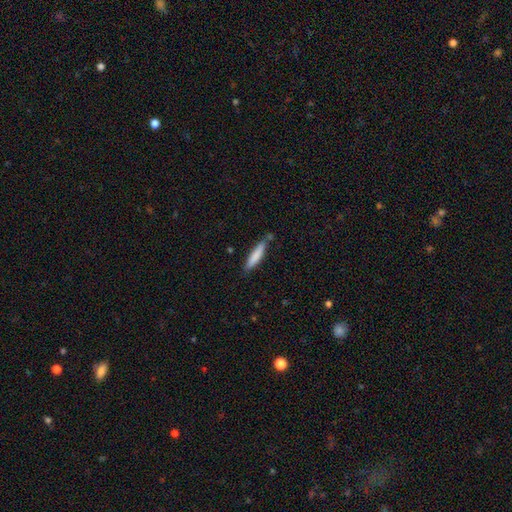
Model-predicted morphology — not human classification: Smooth or featured: smooth — 79% (featured or disk — 15%)
How rounded: cigar-shaped — 85% (in between — 13%)
Merging: none — 73% (minor disturbance — 17%)